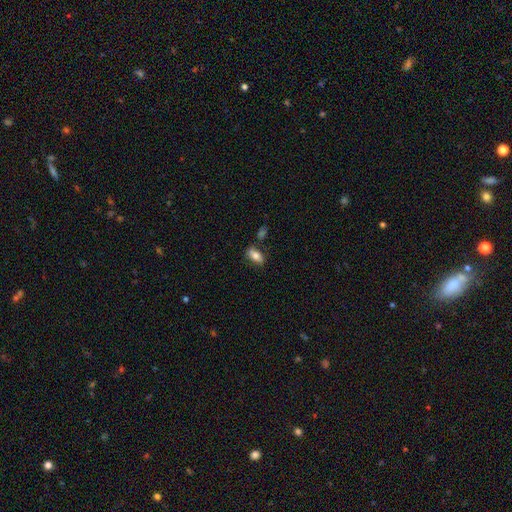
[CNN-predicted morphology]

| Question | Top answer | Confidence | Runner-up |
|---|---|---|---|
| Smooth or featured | smooth | 77% | featured or disk (16%) |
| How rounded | in between | 88% | cigar-shaped (8%) |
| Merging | none | 72% | minor disturbance (16%) |